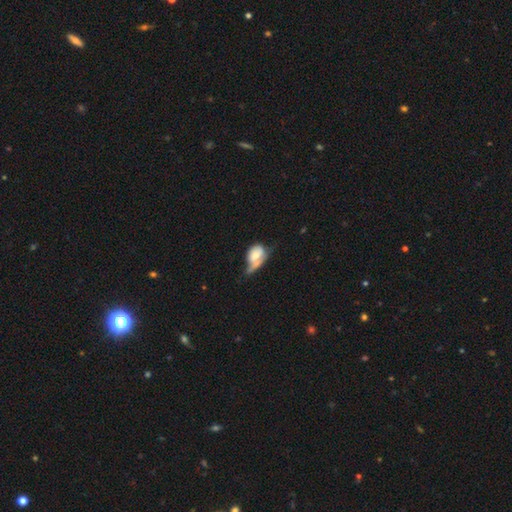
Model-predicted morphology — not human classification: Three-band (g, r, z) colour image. It shows a smooth galaxy with no disk features (59%) that is in between round and cigar-shaped (70%). Merging: merger (29%).